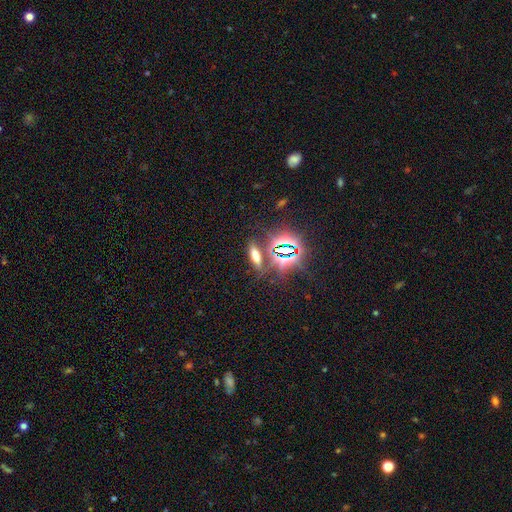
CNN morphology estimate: Smooth or featured?
  - smooth: 48% *
  - star or artifact: 39%
  - featured or disk: 13%
Merging?
  - none: 77% *
  - minor disturbance: 9%
  - merger: 9%
  - major disturbance: 5%